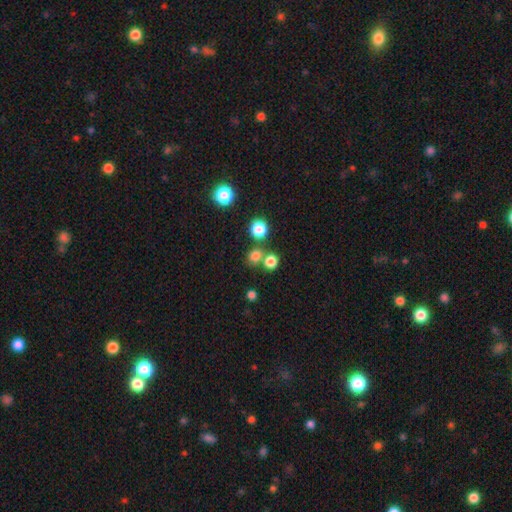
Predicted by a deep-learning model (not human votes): Smooth or featured? Predicted: smooth (p=0.77). How rounded? Predicted: round (p=0.83). Merging? Predicted: none (p=0.66).